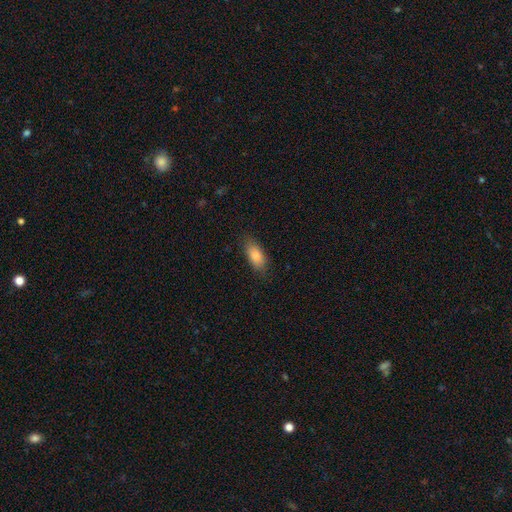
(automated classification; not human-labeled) This is clearly a smooth galaxy (85%). How rounded: clearly in between (85%). Merging: clearly none (81%).